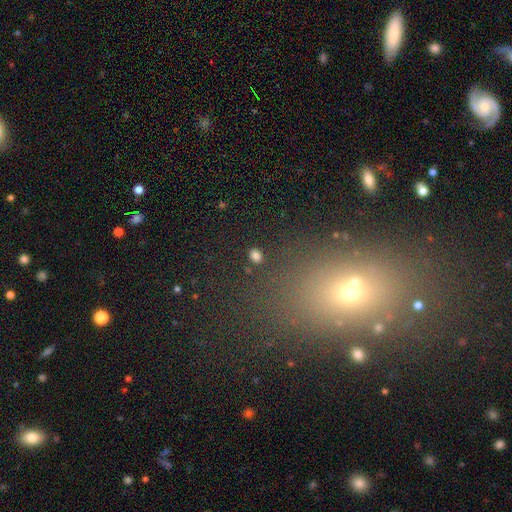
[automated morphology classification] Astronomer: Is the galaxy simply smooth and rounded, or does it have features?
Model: smooth — 81%.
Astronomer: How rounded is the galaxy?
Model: in between — 61% (runner-up: round, 38%).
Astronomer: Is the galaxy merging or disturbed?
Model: none — 88%.